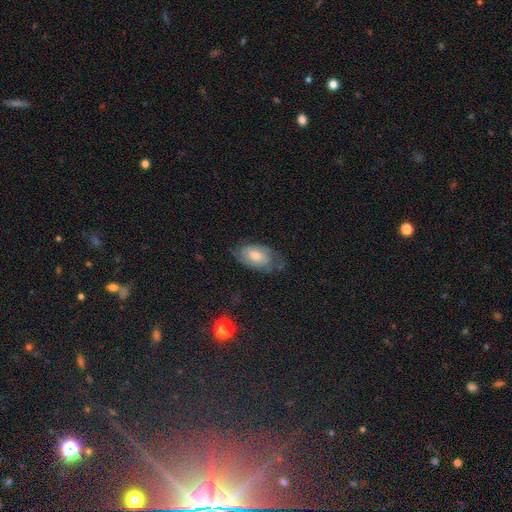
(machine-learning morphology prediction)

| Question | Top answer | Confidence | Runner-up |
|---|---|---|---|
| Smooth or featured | smooth | 48% | featured or disk (44%) |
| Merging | none | 58% | minor disturbance (28%) |